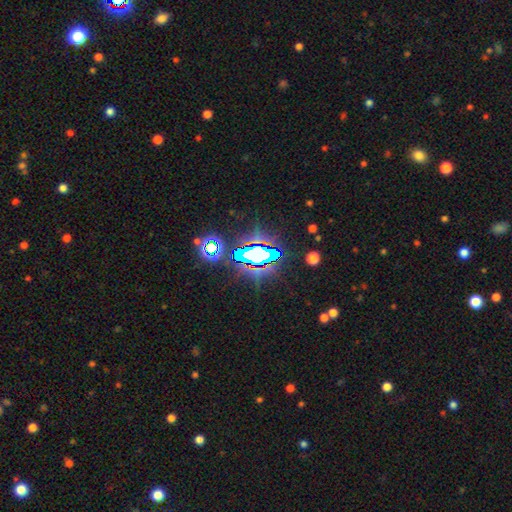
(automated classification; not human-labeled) A star or artifact, not a galaxy (68%).

Vote fractions:
- Smooth or featured? star or artifact: 68% / smooth: 17% / featured or disk: 15%